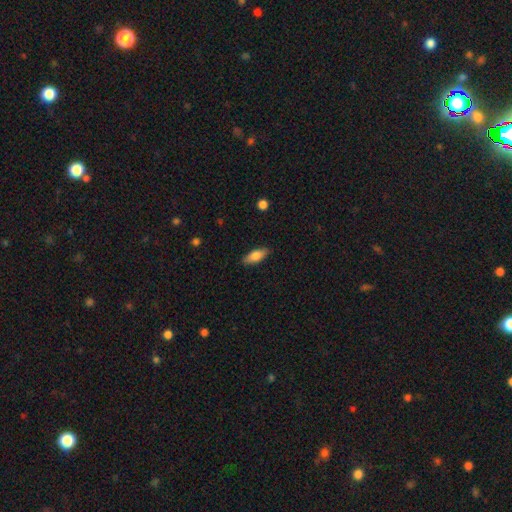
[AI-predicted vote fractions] Smooth or featured? Predicted: smooth (p=0.80). How rounded? Predicted: in between (p=0.75). Merging? Predicted: none (p=0.86).